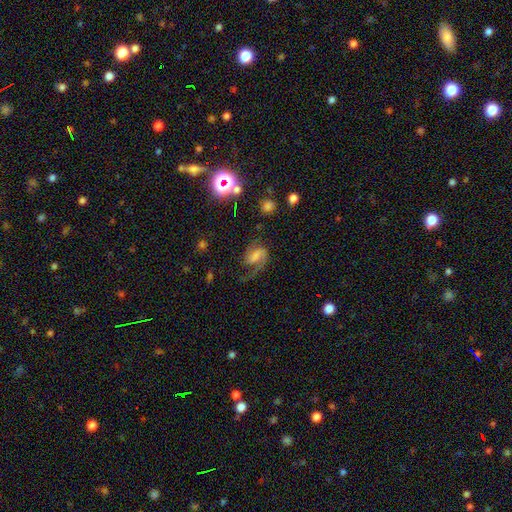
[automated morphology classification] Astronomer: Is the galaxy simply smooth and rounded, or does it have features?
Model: featured or disk — 76%.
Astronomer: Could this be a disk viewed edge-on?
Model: no — 97%.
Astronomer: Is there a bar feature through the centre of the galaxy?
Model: weak — 48% (runner-up: no, 27%).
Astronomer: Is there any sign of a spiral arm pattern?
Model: yes — 96%.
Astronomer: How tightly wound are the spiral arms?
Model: medium — 52% (runner-up: loose, 30%).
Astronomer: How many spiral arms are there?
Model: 2 — 70%.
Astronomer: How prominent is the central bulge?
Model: moderate — 30% (runner-up: none, 28%).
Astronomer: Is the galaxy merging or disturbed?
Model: none — 56%.